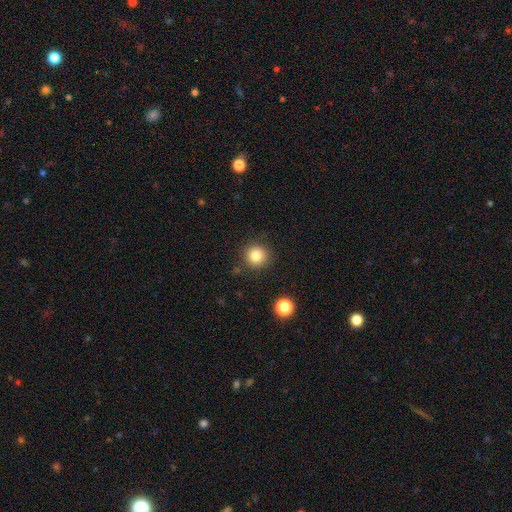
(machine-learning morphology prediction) A smooth galaxy with no disk features (83%) that is round (93%).

Vote fractions:
- Smooth or featured? smooth: 83% / star or artifact: 11% / featured or disk: 6%
- How rounded? round: 93% / in between: 6% / cigar-shaped: 1%
- Merging? none: 88% / minor disturbance: 8% / major disturbance: 3% / merger: 2%